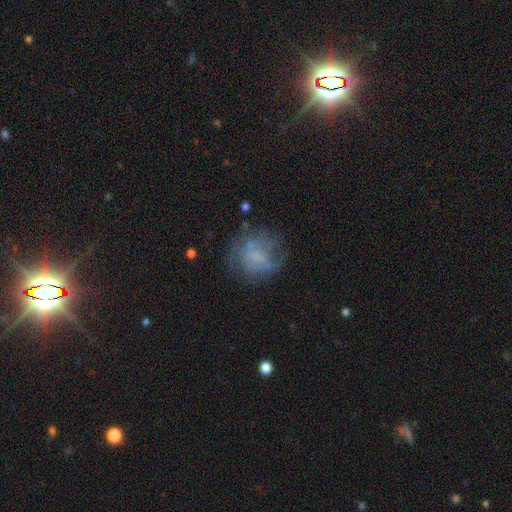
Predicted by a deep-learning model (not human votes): This is possibly a featured or disk galaxy (48%). Merging: possibly none (54%).